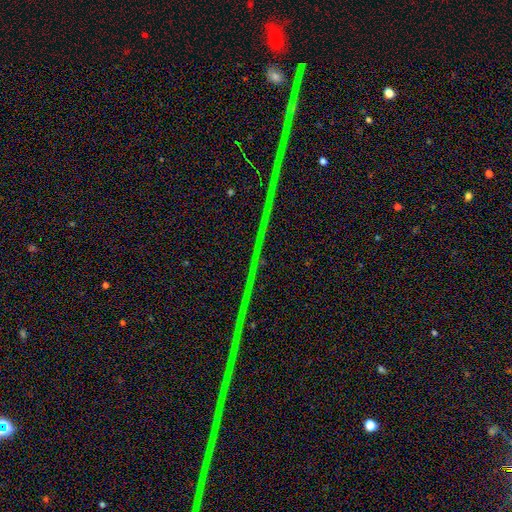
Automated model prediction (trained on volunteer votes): star or artifact 90%, featured or disk 6%, smooth 4%.